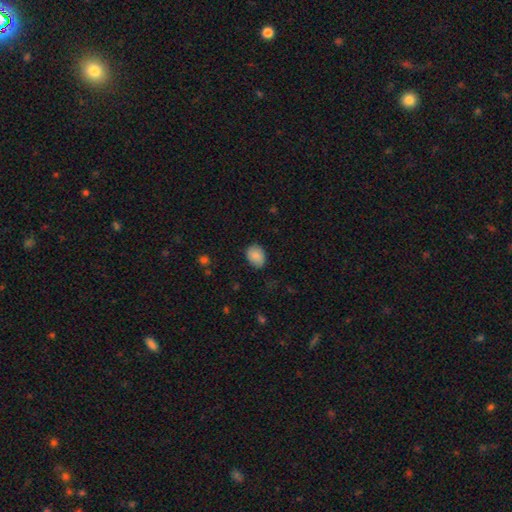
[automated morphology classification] A smooth galaxy with no disk features (86%) that is in between round and cigar-shaped (62%).

Vote fractions:
- Smooth or featured? smooth: 86% / star or artifact: 7% / featured or disk: 6%
- How rounded? in between: 62% / round: 37% / cigar-shaped: 1%
- Merging? none: 80% / minor disturbance: 16% / major disturbance: 3% / merger: 1%